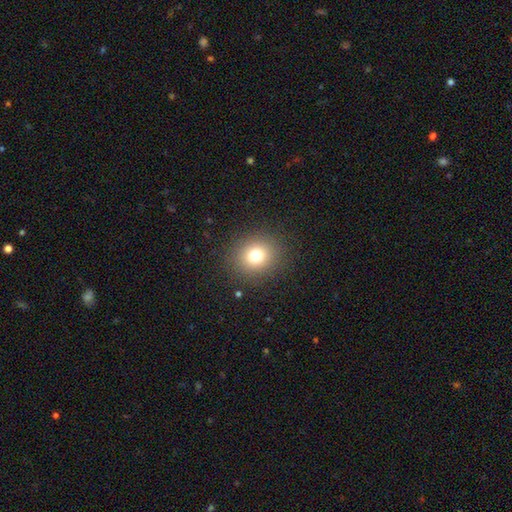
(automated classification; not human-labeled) Smooth or featured? smooth (76%)
How rounded? round (80%)
Merging? none (89%)